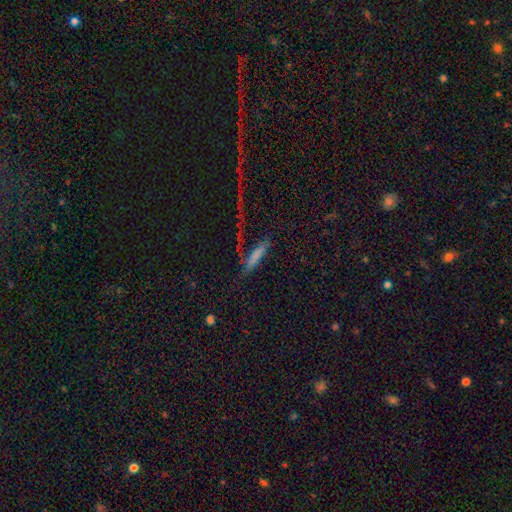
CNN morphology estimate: smooth 61%, featured or disk 23%, star or artifact 16%. Down the decision tree: how rounded — cigar-shaped (73%); merging — none (47%).